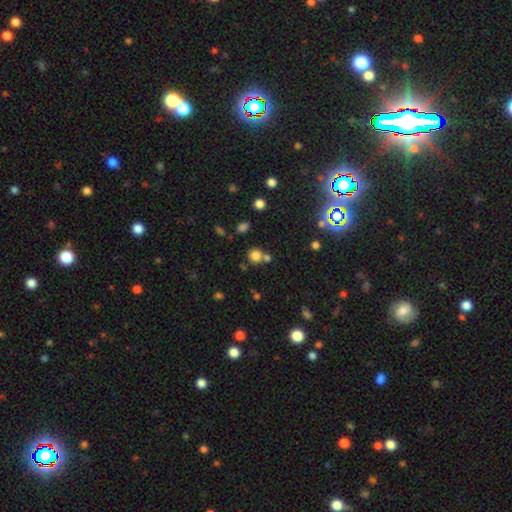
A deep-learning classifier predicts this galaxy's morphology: Smooth or featured? Predicted: smooth (p=0.78). How rounded? Predicted: round (p=0.88). Merging? Predicted: none (p=0.63).